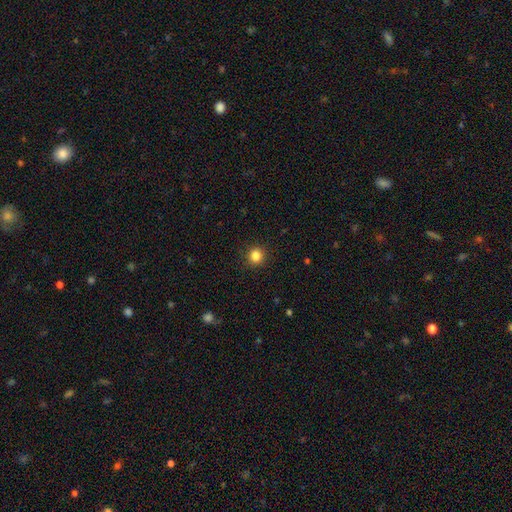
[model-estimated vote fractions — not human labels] A smooth galaxy with no disk features (85%) that is round (92%).

Vote fractions:
- Smooth or featured? smooth: 85% / star or artifact: 12% / featured or disk: 4%
- How rounded? round: 92% / in between: 7% / cigar-shaped: 1%
- Merging? none: 92% / minor disturbance: 5% / major disturbance: 2% / merger: 1%